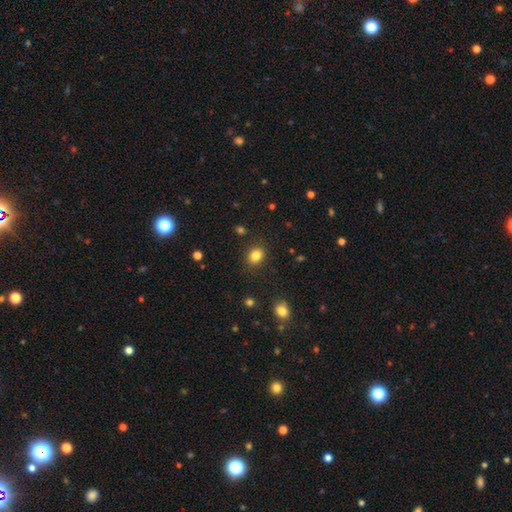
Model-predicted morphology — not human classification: smooth_or_featured: smooth (p=0.83) [alt: star or artifact p=0.11]
how_rounded: in between (p=0.53) [alt: round p=0.46]
merging: none (p=0.86) [alt: minor disturbance p=0.09]